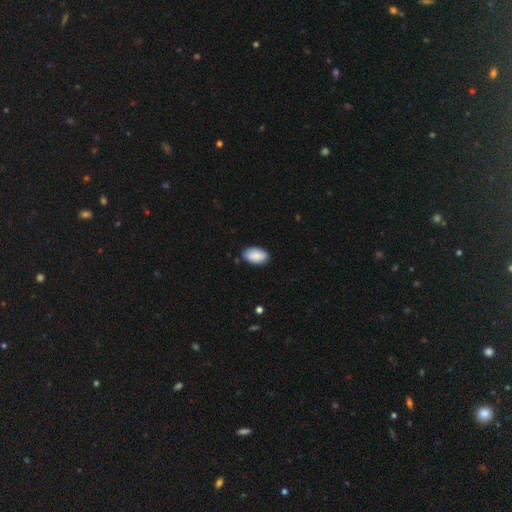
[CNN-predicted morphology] A smooth galaxy with no disk features (89%) that is in between round and cigar-shaped (95%).

Vote fractions:
- Smooth or featured? smooth: 89% / star or artifact: 6% / featured or disk: 5%
- How rounded? in between: 95% / round: 4% / cigar-shaped: 1%
- Merging? none: 85% / minor disturbance: 12% / major disturbance: 2% / merger: 1%